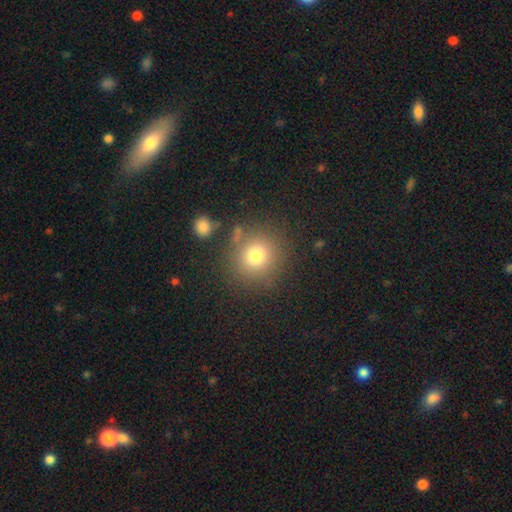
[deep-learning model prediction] Overall: smooth (76%). How rounded: round (90%). Merging: none (80%).